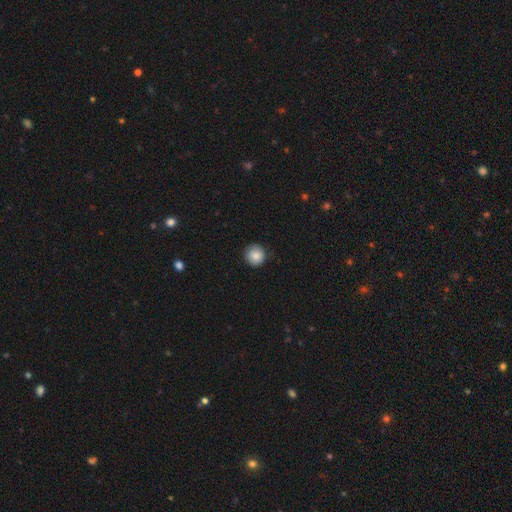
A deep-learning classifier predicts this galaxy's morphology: A smooth galaxy with no disk features (85%) that is round (95%).

Vote fractions:
- Smooth or featured? smooth: 85% / star or artifact: 9% / featured or disk: 7%
- How rounded? round: 95% / in between: 4% / cigar-shaped: 1%
- Merging? none: 87% / minor disturbance: 10% / major disturbance: 2% / merger: 1%